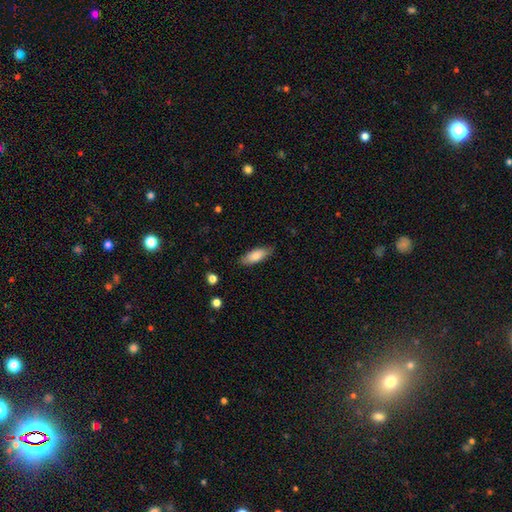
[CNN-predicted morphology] Overall: smooth (83%). How rounded: in between (70%). Merging: none (85%).